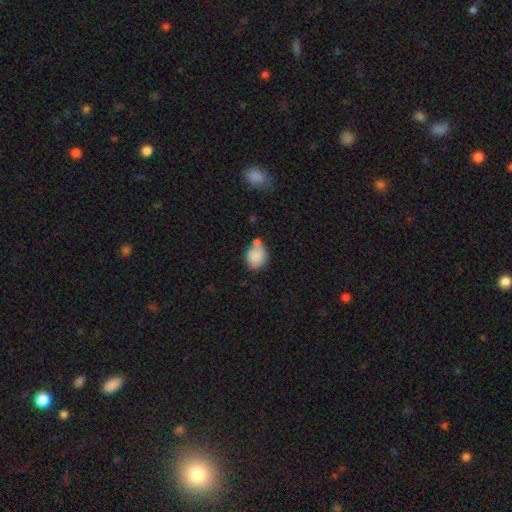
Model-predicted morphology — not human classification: Smooth or featured: smooth — 85% (star or artifact — 8%)
How rounded: round — 51% (in between — 48%)
Merging: none — 50% (merger — 22%)